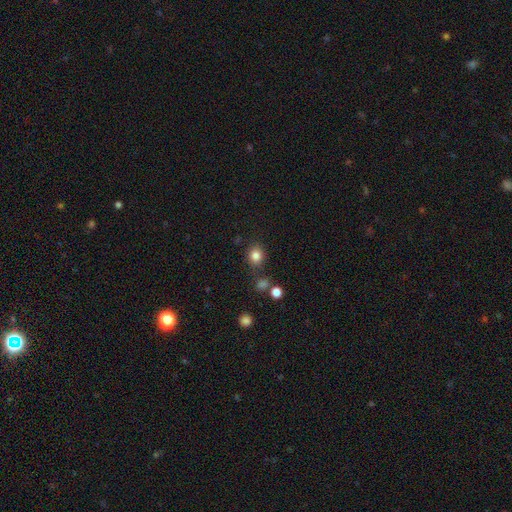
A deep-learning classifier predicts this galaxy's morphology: Smooth or featured? smooth (83%)
How rounded? round (78%)
Merging? none (80%)